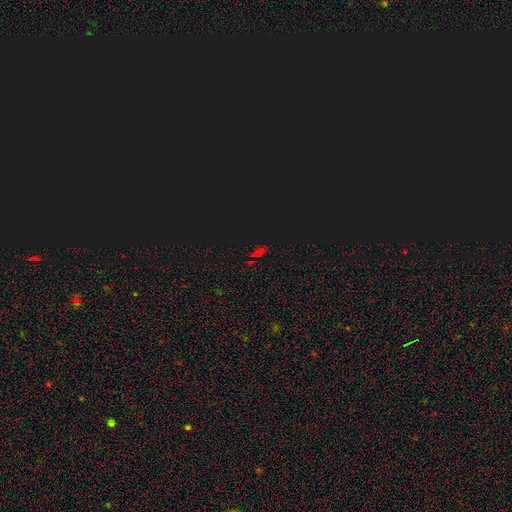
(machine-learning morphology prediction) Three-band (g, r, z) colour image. It shows a star or artifact, not a galaxy (66%).